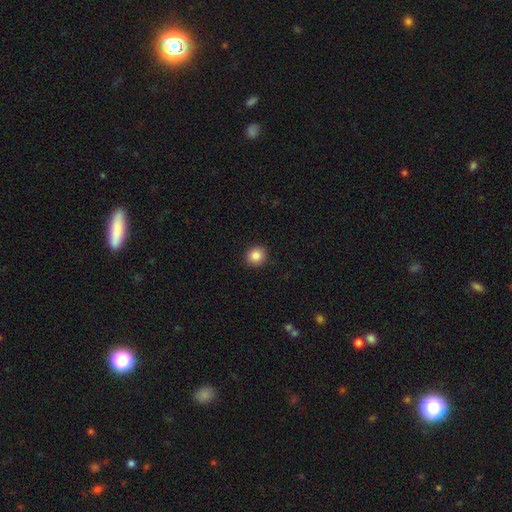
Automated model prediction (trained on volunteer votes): Smooth or featured? smooth (86%)
How rounded? round (86%)
Merging? none (92%)